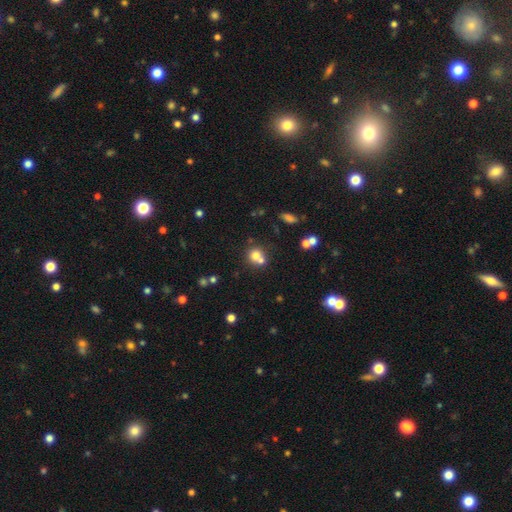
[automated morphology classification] A smooth galaxy with no disk features (70%) that is round (85%).

Vote fractions:
- Smooth or featured? smooth: 70% / star or artifact: 15% / featured or disk: 15%
- How rounded? round: 85% / in between: 14% / cigar-shaped: 1%
- Merging? none: 47% / merger: 42% / minor disturbance: 7% / major disturbance: 3%